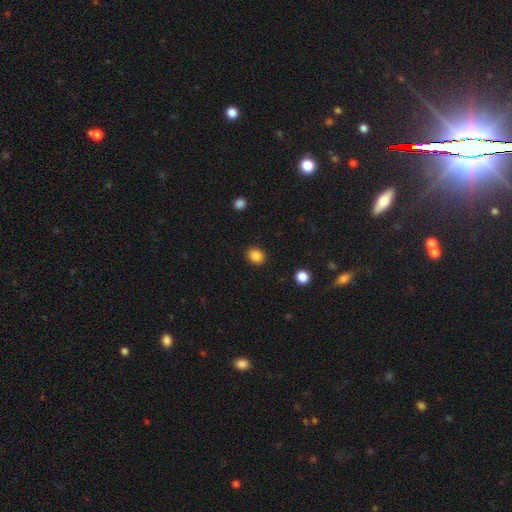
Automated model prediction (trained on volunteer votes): Overall: smooth (86%). How rounded: round (61%; in between 39%). Merging: none (90%).